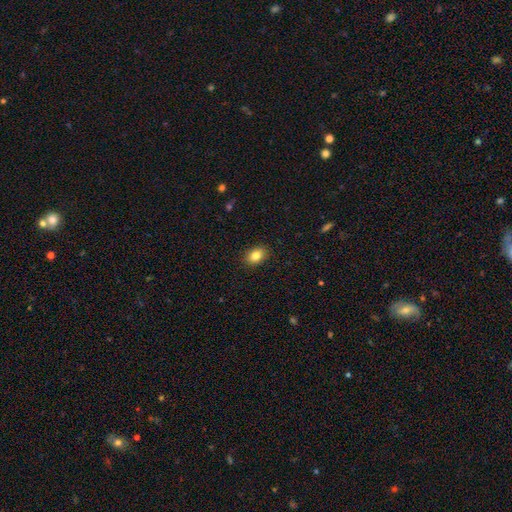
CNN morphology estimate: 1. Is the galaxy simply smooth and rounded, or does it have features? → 85% smooth, 9% star or artifact, 7% featured or disk.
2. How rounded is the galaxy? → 79% in between, 20% round, 1% cigar-shaped.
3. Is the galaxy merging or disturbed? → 89% none, 8% minor disturbance, 2% major disturbance, 1% merger.